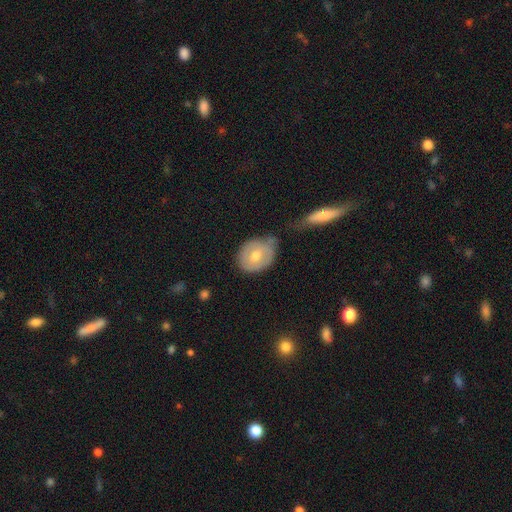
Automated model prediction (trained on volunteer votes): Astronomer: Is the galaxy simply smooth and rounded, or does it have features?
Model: smooth — 56% (runner-up: featured or disk, 37%).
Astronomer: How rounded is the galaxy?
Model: round — 61% (runner-up: in between, 38%).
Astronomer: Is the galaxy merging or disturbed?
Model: none — 59%.